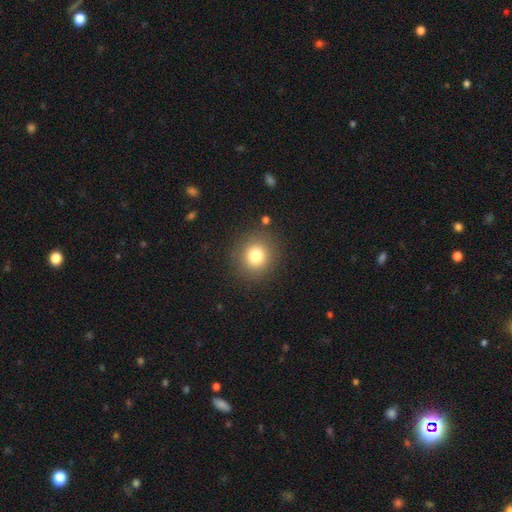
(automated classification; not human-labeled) Morphology: type=smooth (79%); roundness=round (89%); merging=none (88%).